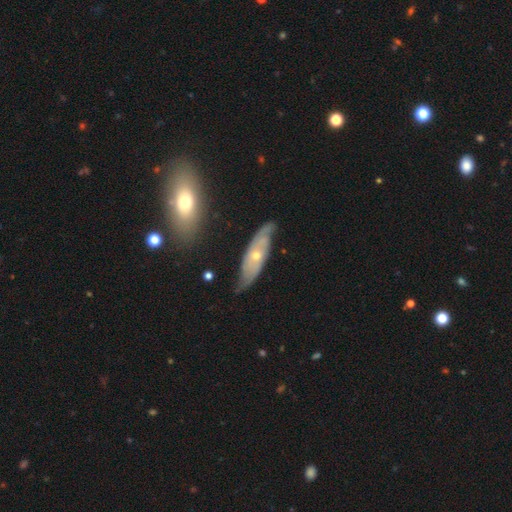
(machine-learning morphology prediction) Smooth or featured? featured or disk (70%)
Edge-on disk? no (80%)
Bar? no (81%)
Spiral arms? yes (78%)
Bulge size? small (60%)
Merging? none (69%)